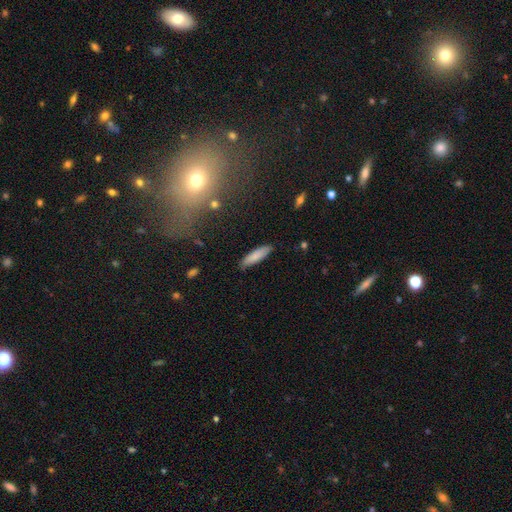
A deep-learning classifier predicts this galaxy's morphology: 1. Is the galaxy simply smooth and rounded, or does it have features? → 83% smooth, 11% featured or disk, 6% star or artifact.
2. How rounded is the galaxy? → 69% cigar-shaped, 30% in between, 1% round.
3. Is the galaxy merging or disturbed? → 87% none, 10% minor disturbance, 2% major disturbance, 1% merger.